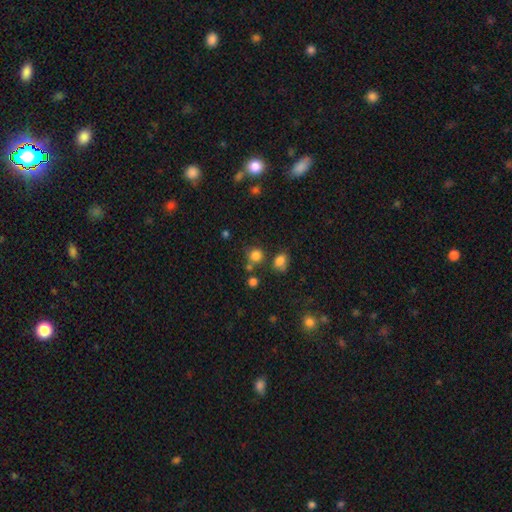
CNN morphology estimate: Smooth or featured: smooth — 79% (star or artifact — 15%)
How rounded: round — 84% (in between — 15%)
Merging: none — 67% (merger — 16%)